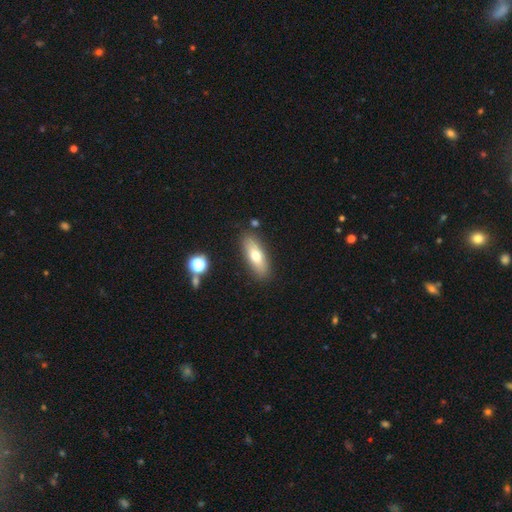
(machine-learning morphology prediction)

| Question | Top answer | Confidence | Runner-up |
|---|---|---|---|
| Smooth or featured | smooth | 68% | featured or disk (25%) |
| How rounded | in between | 63% | cigar-shaped (34%) |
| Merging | none | 85% | minor disturbance (10%) |